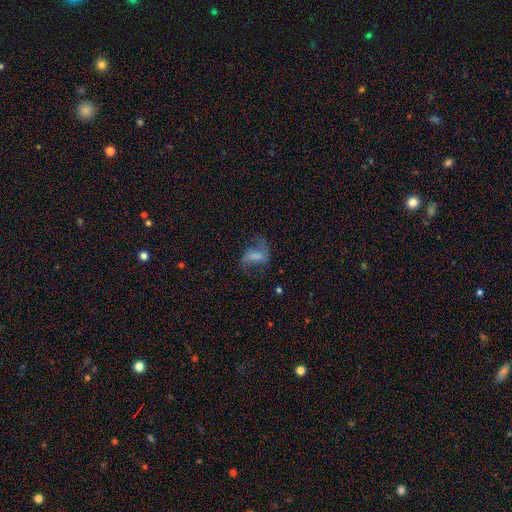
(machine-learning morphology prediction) smooth-or-featured: featured or disk: 53% | smooth: 35% | star or artifact: 12%
  disk-edge-on: no: 96% | yes: 4%
    bar: weak: 43% | no: 31% | strong: 26%
    has-spiral-arms: yes: 76% | no: 24%
    bulge-size: none: 44% | small: 23% | moderate: 21% | large: 10% | dominant: 2%
  merging: none: 44% | major disturbance: 31% | minor disturbance: 22% | merger: 3%